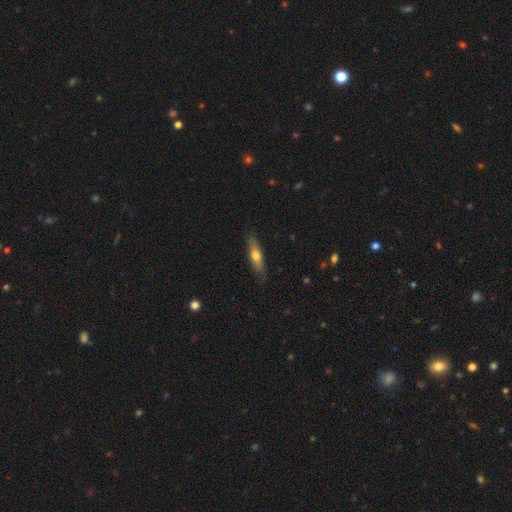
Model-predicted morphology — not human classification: A smooth galaxy with no disk features (58%) that is cigar-shaped (70%).

Vote fractions:
- Smooth or featured? smooth: 58% / featured or disk: 36% / star or artifact: 6%
- How rounded? cigar-shaped: 70% / in between: 28% / round: 2%
- Merging? none: 82% / minor disturbance: 14% / major disturbance: 3% / merger: 1%